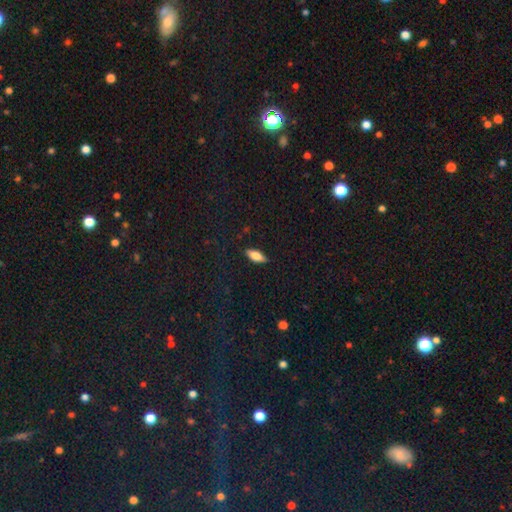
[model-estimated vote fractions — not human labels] Morphology: type=smooth (73%); roundness=in between (76%); merging=none (87%).